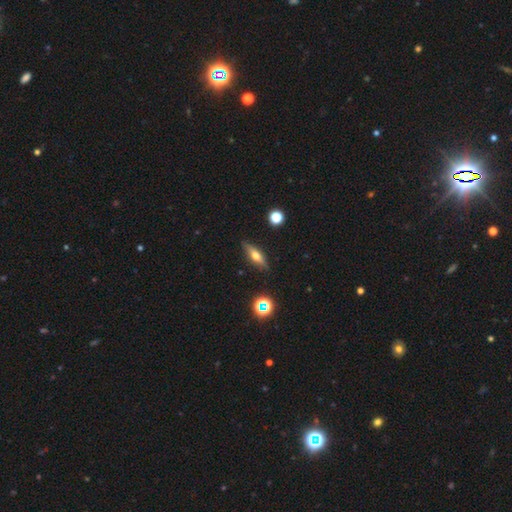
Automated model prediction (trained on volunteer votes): featured or disk 46%, smooth 45%, star or artifact 10%. Down the decision tree: merging — none (87%).